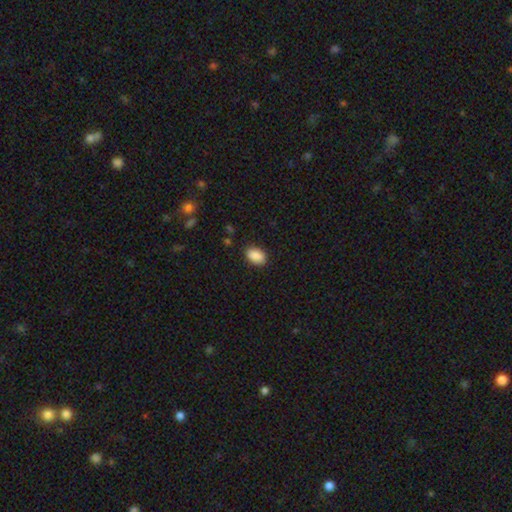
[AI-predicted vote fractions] A smooth galaxy with no disk features (89%) that is in between round and cigar-shaped (86%).

Vote fractions:
- Smooth or featured? smooth: 89% / star or artifact: 7% / featured or disk: 3%
- How rounded? in between: 86% / round: 13% / cigar-shaped: 1%
- Merging? none: 87% / minor disturbance: 10% / major disturbance: 2% / merger: 1%